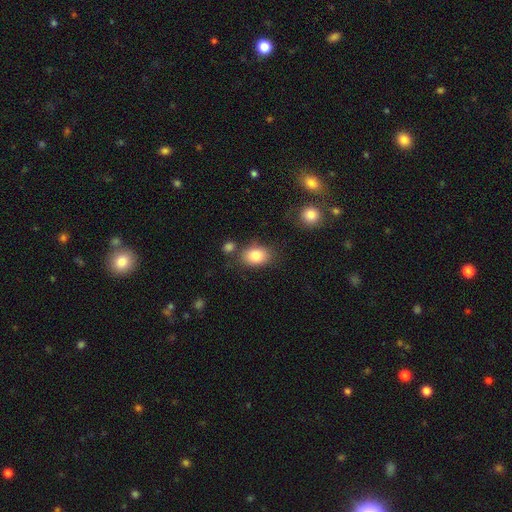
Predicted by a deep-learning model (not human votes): Smooth or featured? smooth (83%)
How rounded? in between (77%)
Merging? none (72%)